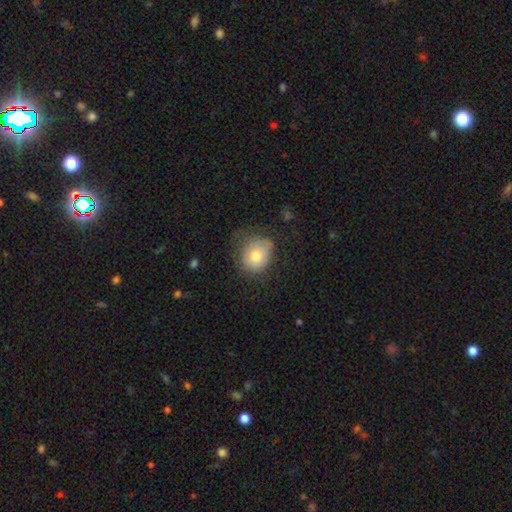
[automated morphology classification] A smooth galaxy with no disk features (72%) that is round (71%). Merging: none (58%).